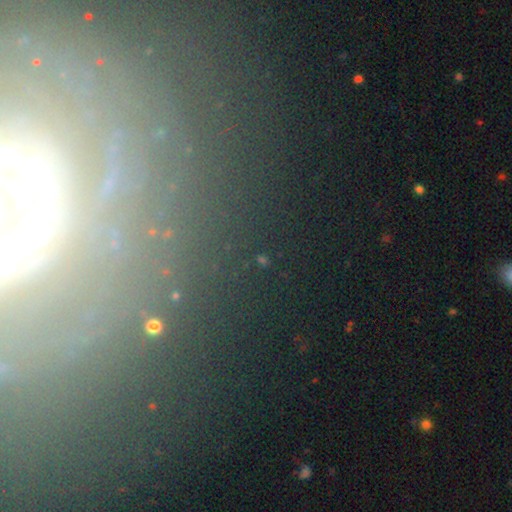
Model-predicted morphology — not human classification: star or artifact 51%, featured or disk 26%, smooth 23%.